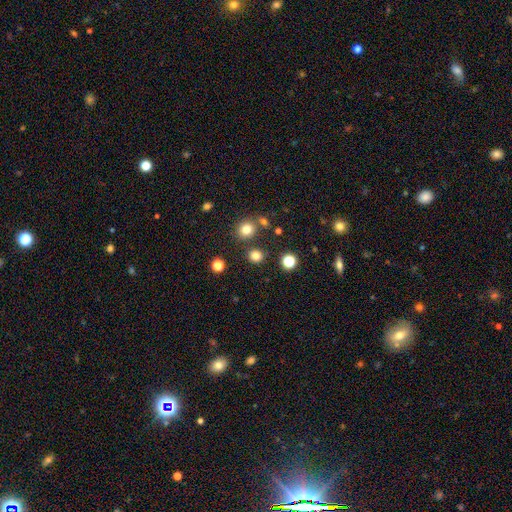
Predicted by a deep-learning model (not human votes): Smooth or featured? Predicted: smooth (p=0.78). How rounded? Predicted: round (p=0.86). Merging? Predicted: none (p=0.82).